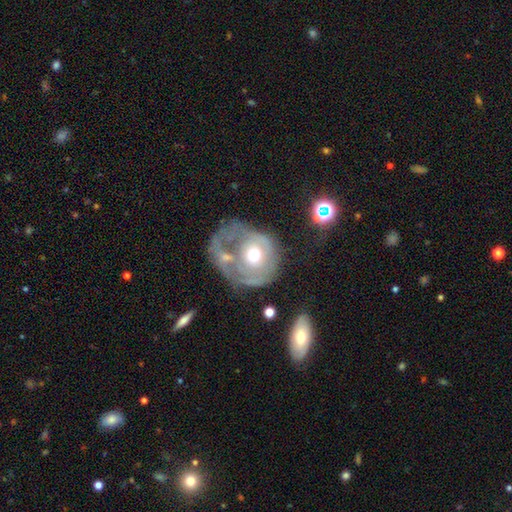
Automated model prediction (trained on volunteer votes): Smooth or featured: featured or disk — 57% (smooth — 33%)
Edge-on disk: no — 96% (yes — 4%)
Bar: no — 87% (weak — 10%)
Spiral arms: no — 67% (yes — 33%)
Bulge size: moderate — 71% (small — 15%)
Merging: major disturbance — 34% (merger — 27%)